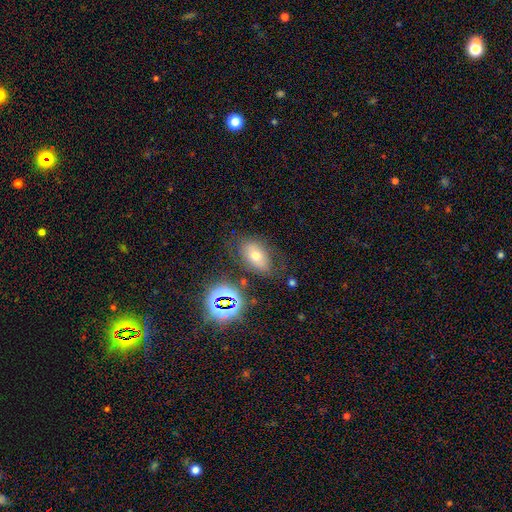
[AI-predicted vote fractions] Smooth or featured? smooth (58%)
How rounded? in between (85%)
Merging? none (67%)